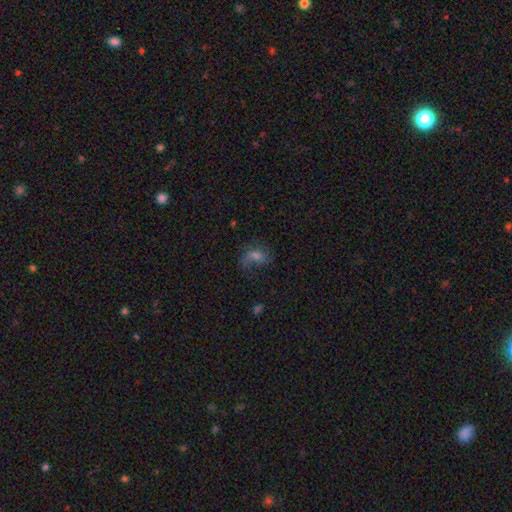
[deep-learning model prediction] Smooth or featured: featured or disk — 48% (smooth — 36%)
Merging: none — 49% (major disturbance — 26%)